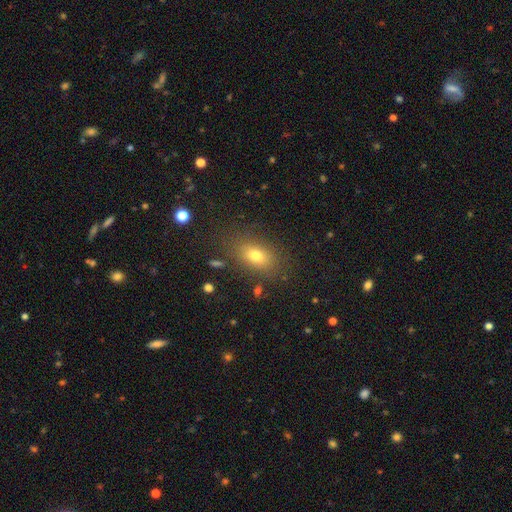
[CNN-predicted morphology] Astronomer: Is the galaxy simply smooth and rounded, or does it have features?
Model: smooth — 74%.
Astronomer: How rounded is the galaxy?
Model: in between — 79%.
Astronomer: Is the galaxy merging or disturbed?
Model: none — 83%.